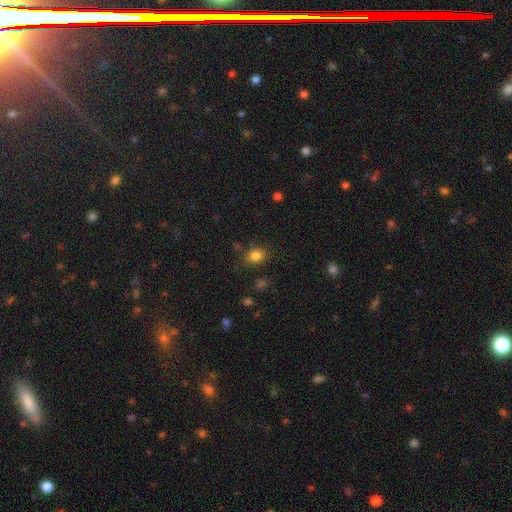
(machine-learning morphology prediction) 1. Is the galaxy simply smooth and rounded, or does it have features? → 82% smooth, 12% star or artifact, 6% featured or disk.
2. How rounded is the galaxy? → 52% in between, 47% round, 1% cigar-shaped.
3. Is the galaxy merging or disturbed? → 80% none, 12% minor disturbance, 4% major disturbance, 3% merger.